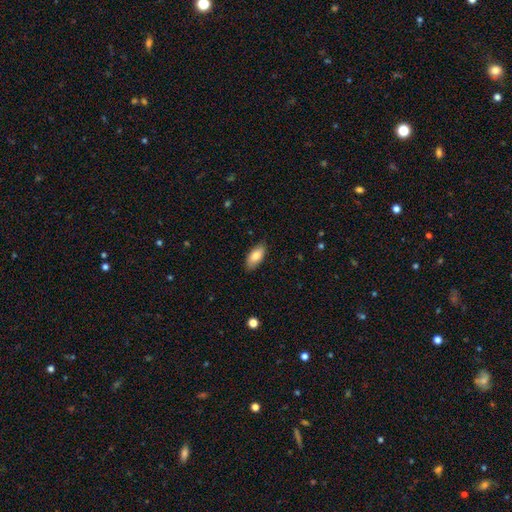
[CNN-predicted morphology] The model was most divided on "smooth or featured": smooth: 82%, featured or disk: 12%, star or artifact: 6%. More confident: how rounded — in between (90%); merging — none (85%).